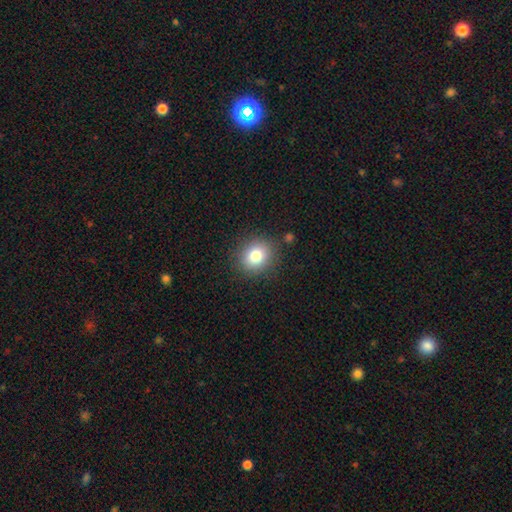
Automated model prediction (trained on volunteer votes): Q: Smooth or featured?
A: smooth (80%); runner-up: star or artifact (11%)
Q: How rounded?
A: round (76%); runner-up: in between (24%)
Q: Merging?
A: none (86%); runner-up: minor disturbance (9%)